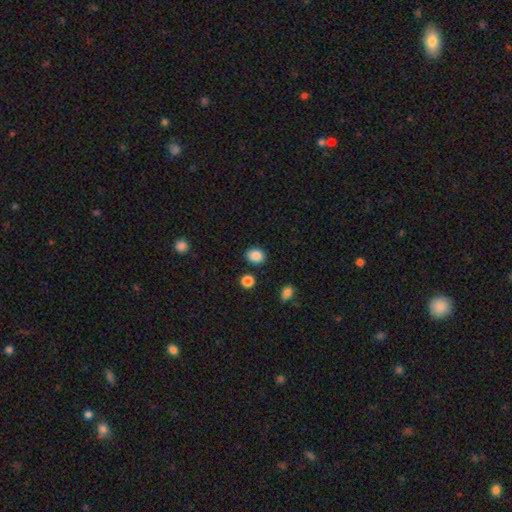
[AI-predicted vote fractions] A smooth galaxy with no disk features (87%) that is in between round and cigar-shaped (54%). Merging: none (84%).